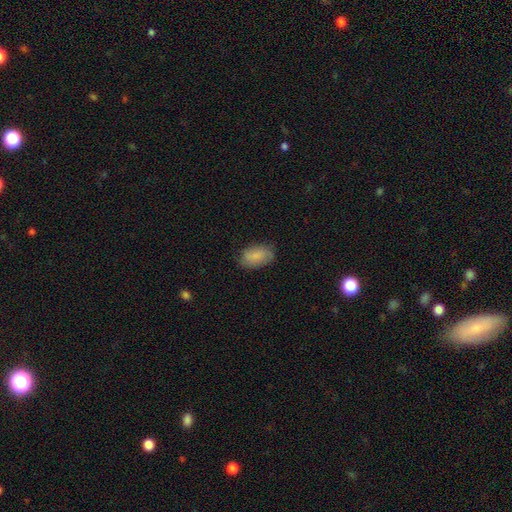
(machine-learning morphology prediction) smooth 83%, featured or disk 11%, star or artifact 6%. Down the decision tree: how rounded — in between (93%); merging — none (77%).